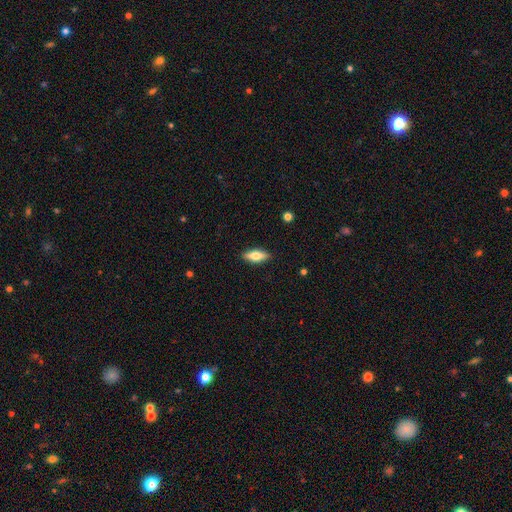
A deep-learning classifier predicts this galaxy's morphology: A smooth galaxy with no disk features (62%) that is in between round and cigar-shaped (67%).

Vote fractions:
- Smooth or featured? smooth: 62% / featured or disk: 31% / star or artifact: 6%
- How rounded? in between: 67% / cigar-shaped: 31% / round: 3%
- Merging? none: 89% / minor disturbance: 8% / major disturbance: 2% / merger: 1%